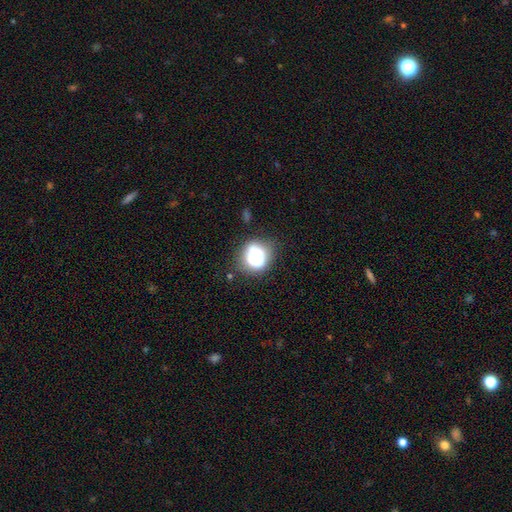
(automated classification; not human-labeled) Overall: smooth (61%; featured or disk 29%). How rounded: round (71%). Merging: none (45%; minor disturbance 22%).